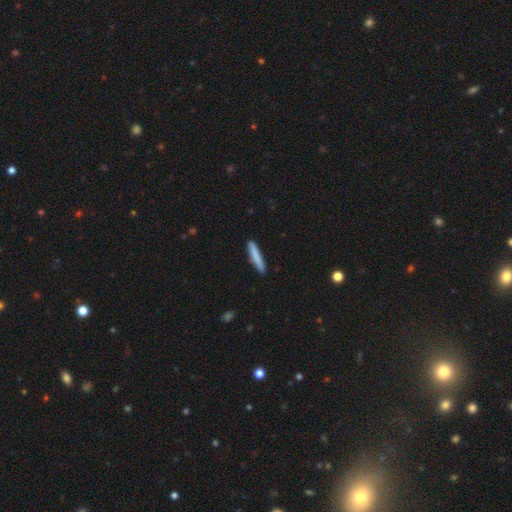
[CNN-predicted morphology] smooth_or_featured: smooth (p=0.83) [alt: featured or disk p=0.12]
how_rounded: cigar-shaped (p=0.93) [alt: in between p=0.05]
merging: none (p=0.90) [alt: minor disturbance p=0.08]